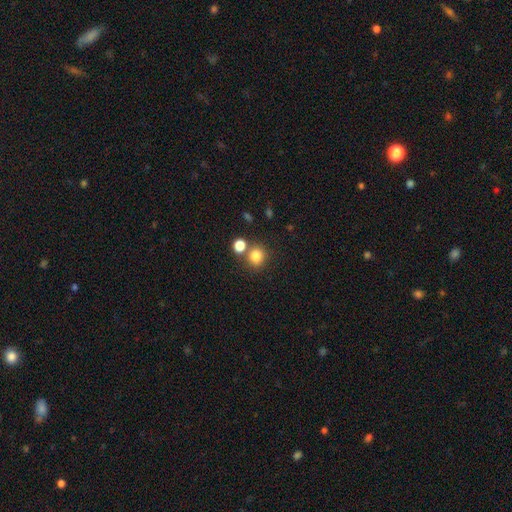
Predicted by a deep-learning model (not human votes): The model was most divided on "merging": none: 69%, merger: 19%, minor disturbance: 8%, major disturbance: 3%. More confident: how rounded — round (86%); smooth or featured — smooth (81%).